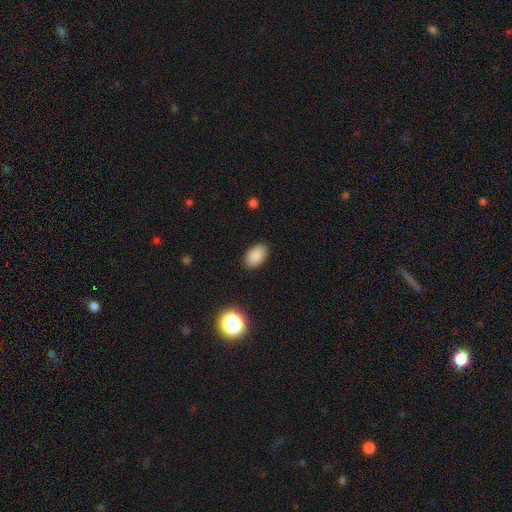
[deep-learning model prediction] Morphology: type=smooth (86%); roundness=in between (91%); merging=none (87%).